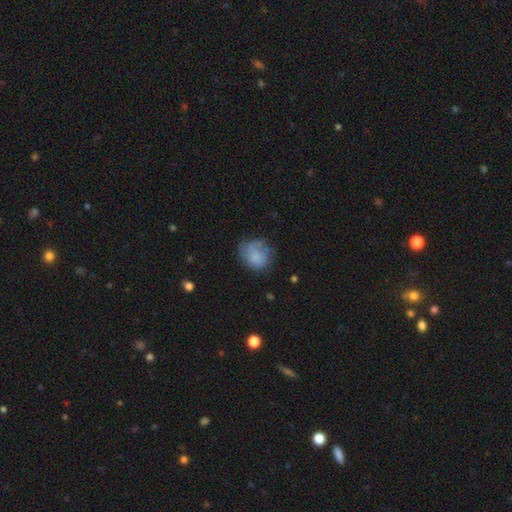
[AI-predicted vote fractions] Morphology: type=smooth (70%); roundness=round (70%); merging=none (53%).